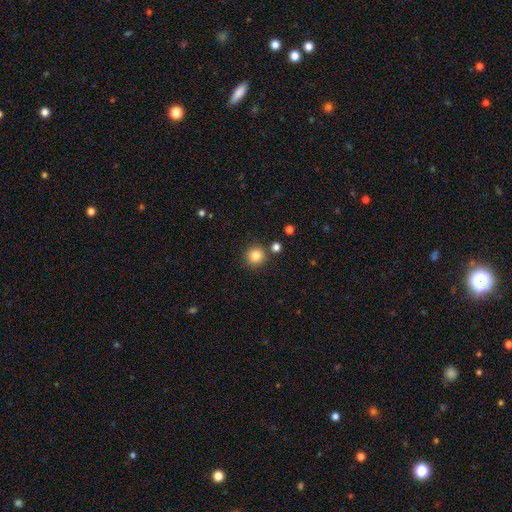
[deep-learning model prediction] Smooth or featured? Predicted: smooth (p=0.84). How rounded? Predicted: round (p=0.93). Merging? Predicted: none (p=0.85).